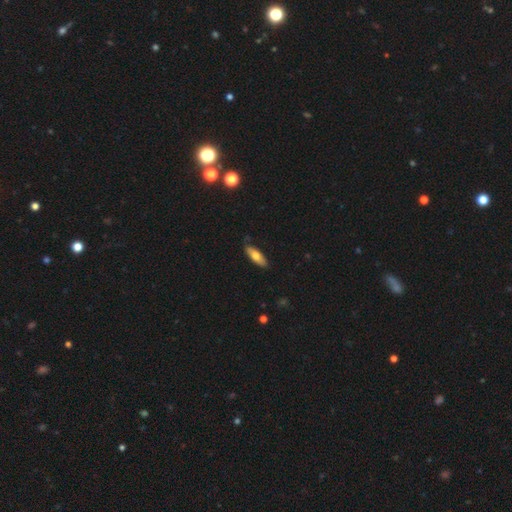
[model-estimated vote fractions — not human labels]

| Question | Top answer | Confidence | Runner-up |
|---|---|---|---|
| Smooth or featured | smooth | 67% | featured or disk (27%) |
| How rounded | in between | 60% | cigar-shaped (38%) |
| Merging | none | 81% | minor disturbance (15%) |